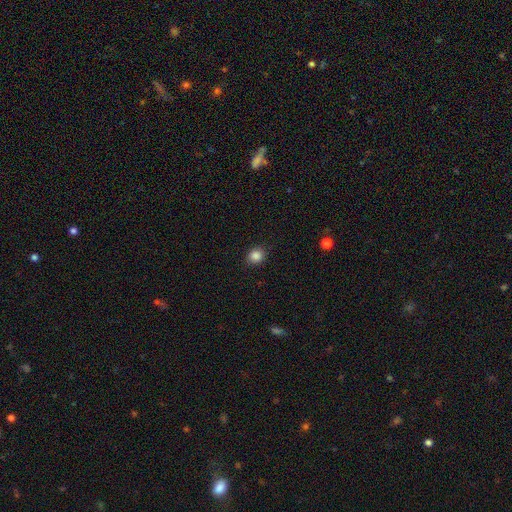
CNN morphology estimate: Smooth or featured? smooth (86%)
How rounded? round (74%)
Merging? none (88%)